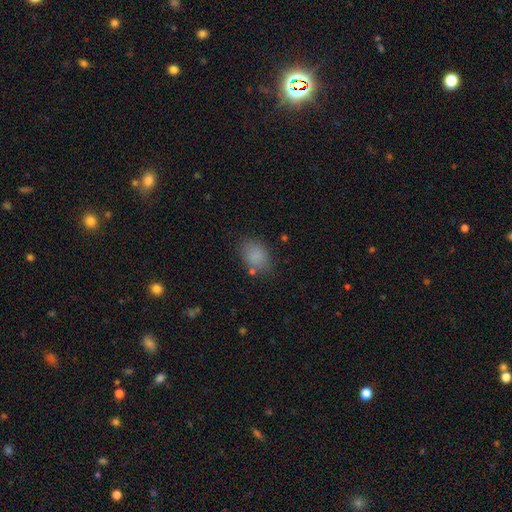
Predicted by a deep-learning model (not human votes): Morphology: type=smooth (83%); roundness=in between (71%); merging=none (73%).